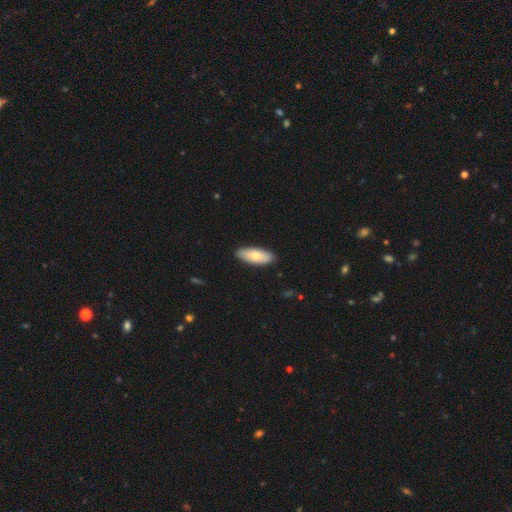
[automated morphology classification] Smooth or featured? smooth (75%)
How rounded? in between (79%)
Merging? none (87%)